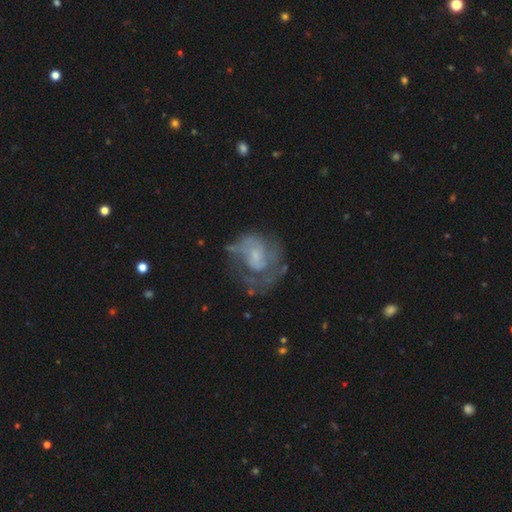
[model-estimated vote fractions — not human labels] featured or disk 69%, smooth 22%, star or artifact 9%. Down the decision tree: edge-on disk — no (98%); bar — no (64%); spiral arms — yes (70%); bulge size — small (52%); merging — none (48%).